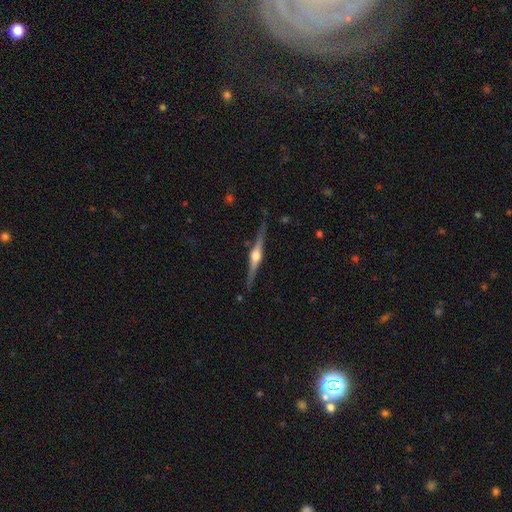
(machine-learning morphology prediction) The model was most divided on "smooth or featured": featured or disk: 83%, smooth: 12%, star or artifact: 5%. More confident: edge-on disk — yes (98%); edge-on bulge — rounded (94%); merging — none (87%).